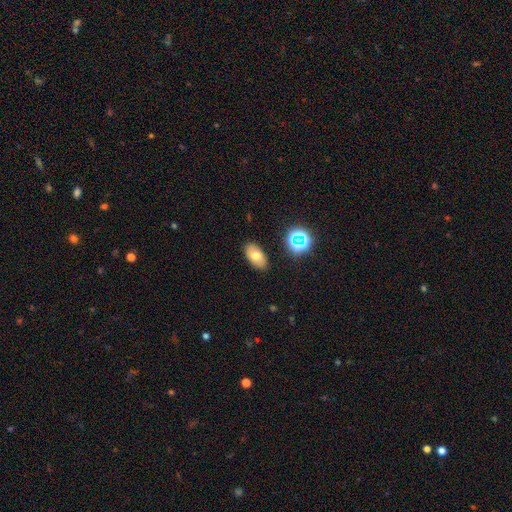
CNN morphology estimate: smooth-or-featured: smooth: 68% | featured or disk: 19% | star or artifact: 13%
  how-rounded: in between: 91% | round: 7% | cigar-shaped: 2%
  merging: none: 86% | minor disturbance: 10% | major disturbance: 2% | merger: 2%